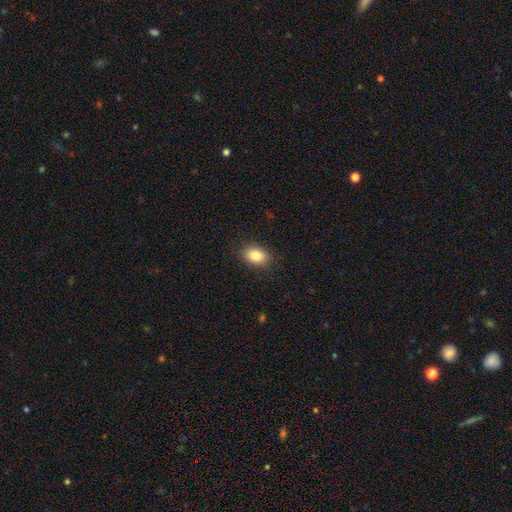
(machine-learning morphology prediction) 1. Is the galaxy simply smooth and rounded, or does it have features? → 86% smooth, 9% star or artifact, 6% featured or disk.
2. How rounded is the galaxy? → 76% in between, 23% round, 1% cigar-shaped.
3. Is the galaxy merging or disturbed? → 87% none, 9% minor disturbance, 3% major disturbance, 1% merger.